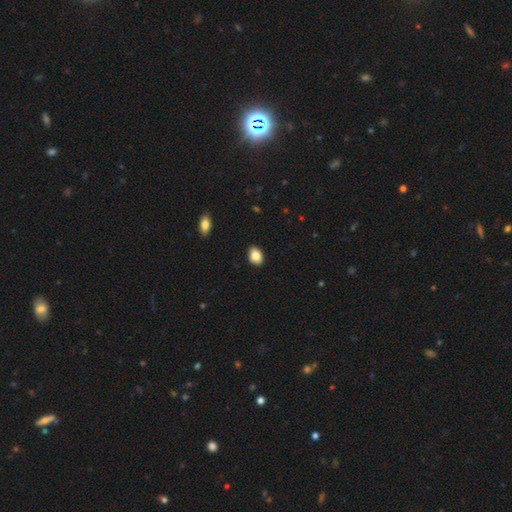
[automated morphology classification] The model was most divided on "how rounded": in between: 77%, round: 22%, cigar-shaped: 1%. More confident: merging — none (89%); smooth or featured — smooth (85%).